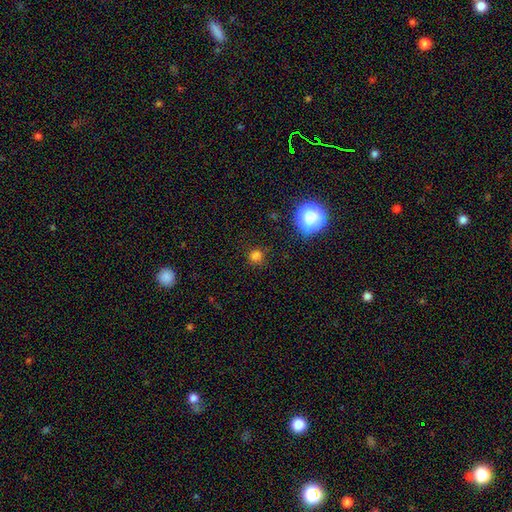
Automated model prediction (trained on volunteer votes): Overall: smooth (70%). How rounded: round (82%). Merging: none (78%).